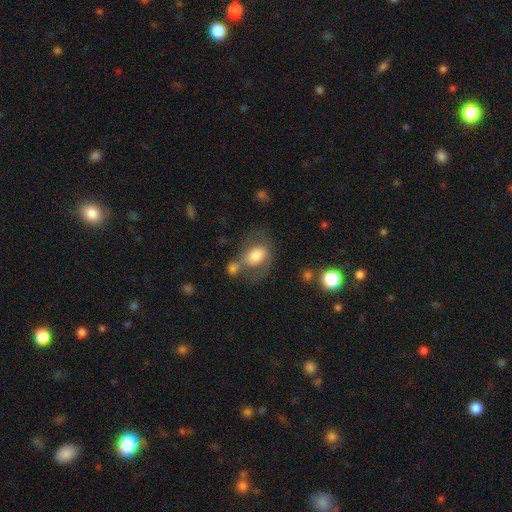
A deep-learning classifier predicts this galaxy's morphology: Overall: smooth (62%; featured or disk 30%). How rounded: in between (75%). Merging: none (33%; merger 28%).